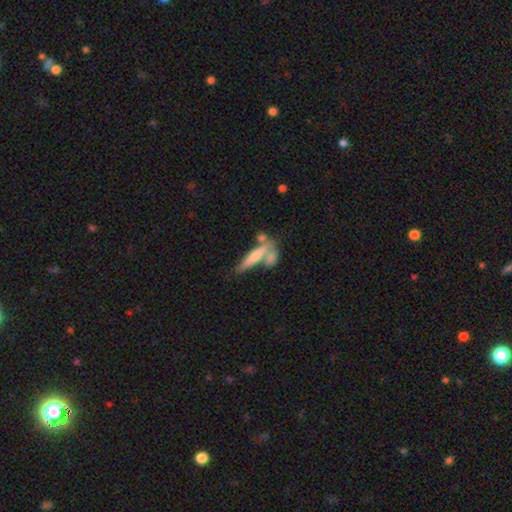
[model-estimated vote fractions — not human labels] A smooth galaxy with no disk features (59%) that is cigar-shaped (70%). Merging: merger (41%).